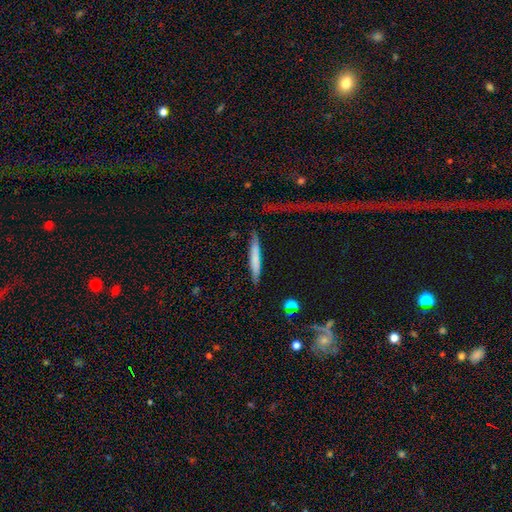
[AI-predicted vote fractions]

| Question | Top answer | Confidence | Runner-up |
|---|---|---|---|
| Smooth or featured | smooth | 66% | featured or disk (28%) |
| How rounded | cigar-shaped | 95% | in between (3%) |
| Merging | none | 80% | minor disturbance (13%) |